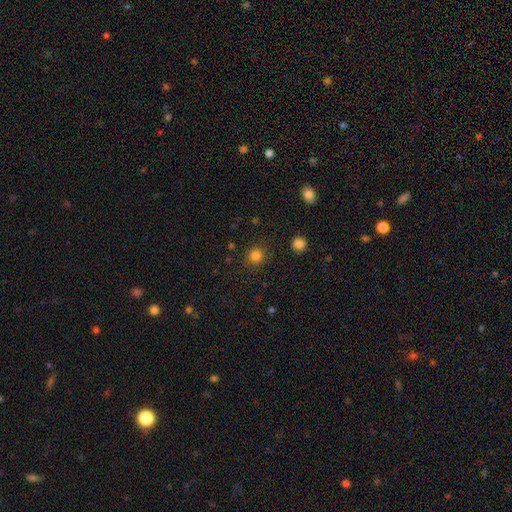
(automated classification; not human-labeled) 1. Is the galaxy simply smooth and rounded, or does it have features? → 82% smooth, 13% star or artifact, 4% featured or disk.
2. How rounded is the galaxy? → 91% round, 8% in between, 1% cigar-shaped.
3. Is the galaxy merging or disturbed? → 87% none, 8% minor disturbance, 3% major disturbance, 2% merger.